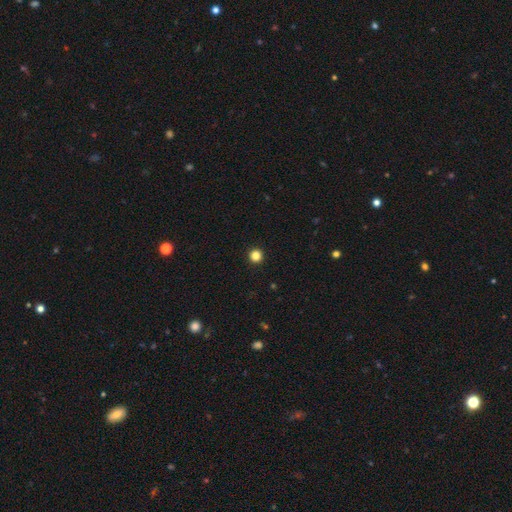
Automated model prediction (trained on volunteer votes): This is clearly a smooth galaxy (84%). How rounded: clearly round (96%). Merging: clearly none (94%).